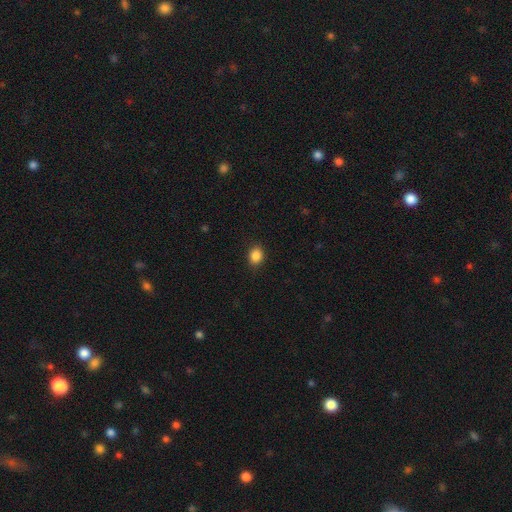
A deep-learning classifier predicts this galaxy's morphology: A smooth galaxy with no disk features (87%) that is round (54%). Merging: none (88%).